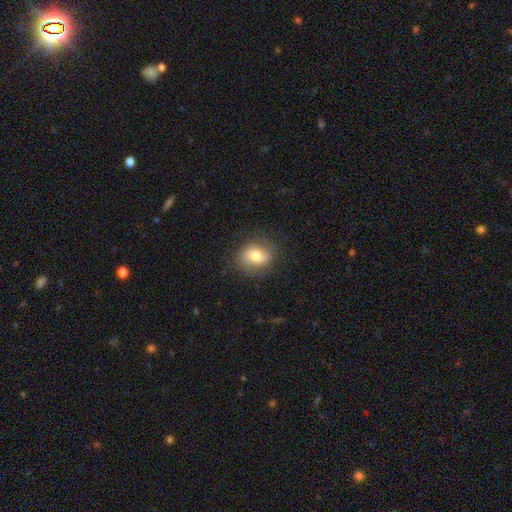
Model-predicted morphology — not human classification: A smooth galaxy with no disk features (62%) that is round (56%).

Vote fractions:
- Smooth or featured? smooth: 62% / featured or disk: 29% / star or artifact: 9%
- How rounded? round: 56% / in between: 43% / cigar-shaped: 1%
- Merging? none: 77% / minor disturbance: 16% / major disturbance: 6% / merger: 1%